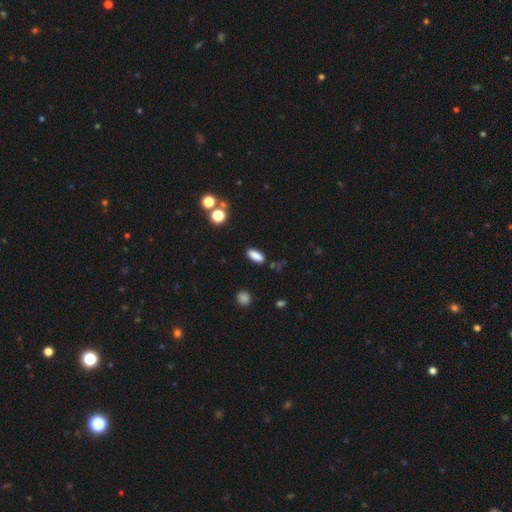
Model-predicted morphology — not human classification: smooth-or-featured: smooth: 84% | star or artifact: 10% | featured or disk: 6%
  how-rounded: in between: 67% | cigar-shaped: 29% | round: 4%
  merging: none: 84% | minor disturbance: 10% | merger: 3% | major disturbance: 3%